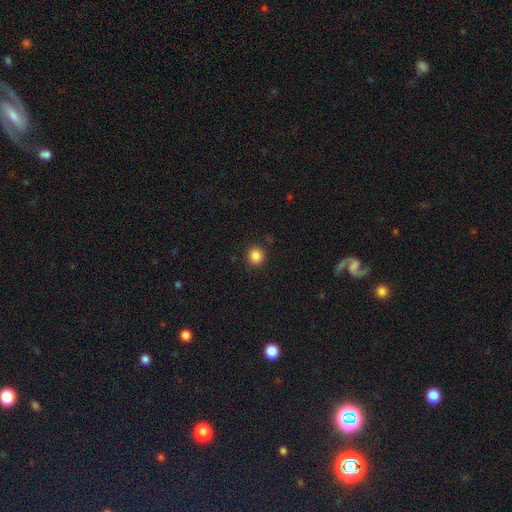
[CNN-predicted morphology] smooth_or_featured: smooth (p=0.86) [alt: star or artifact p=0.11]
how_rounded: round (p=0.91) [alt: in between p=0.08]
merging: none (p=0.90) [alt: minor disturbance p=0.06]